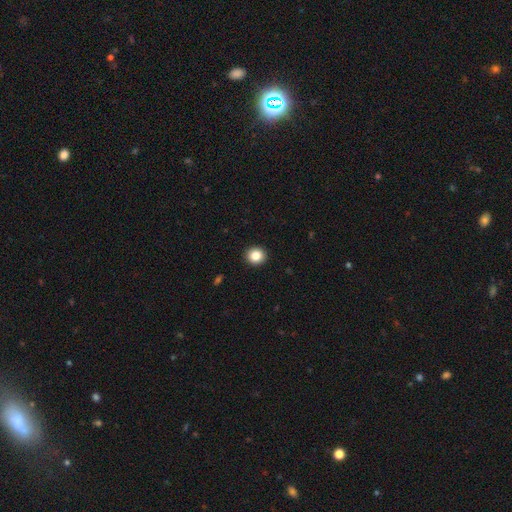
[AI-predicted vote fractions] Overall: smooth (85%). How rounded: round (86%). Merging: none (93%).